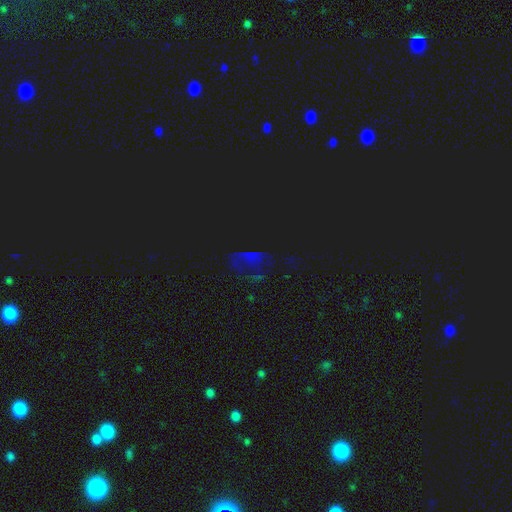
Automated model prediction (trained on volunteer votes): A star or artifact, not a galaxy (71%).